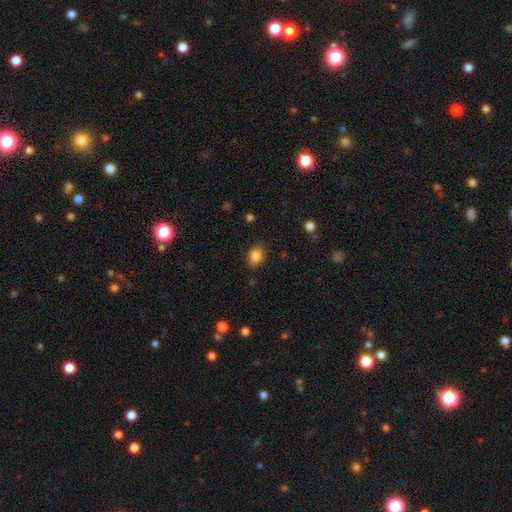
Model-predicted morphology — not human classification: A smooth galaxy with no disk features (86%) that is in between round and cigar-shaped (55%). Merging: none (86%).